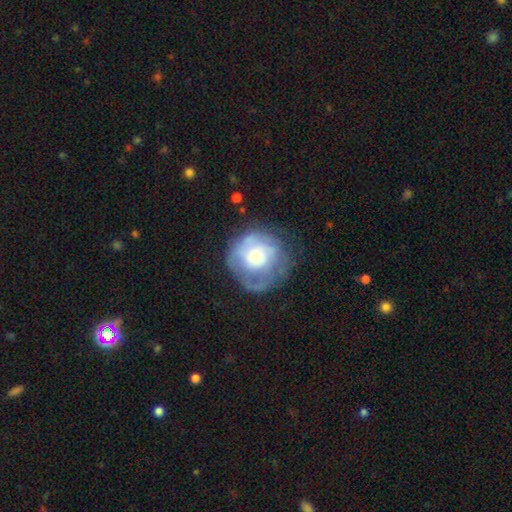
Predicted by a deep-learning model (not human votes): The model was most divided on "smooth or featured": featured or disk: 52%, smooth: 41%, star or artifact: 8%. Remaining: edge-on disk — no (97%); bar — no (81%); spiral arms — yes (57%); merging — none (56%); bulge size — moderate (48%).